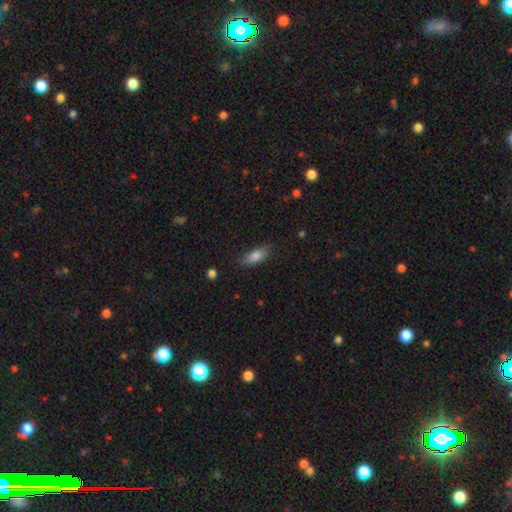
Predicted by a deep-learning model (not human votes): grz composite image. It shows a smooth galaxy with no disk features (82%) that is in between round and cigar-shaped (78%). Merging: none (77%).